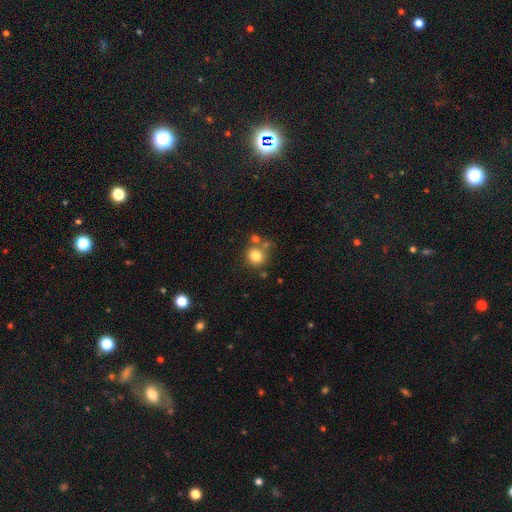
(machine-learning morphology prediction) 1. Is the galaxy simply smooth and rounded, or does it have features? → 80% smooth, 12% star or artifact, 9% featured or disk.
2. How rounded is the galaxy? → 86% round, 13% in between, 1% cigar-shaped.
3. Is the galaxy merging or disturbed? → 66% none, 18% merger, 11% minor disturbance, 4% major disturbance.